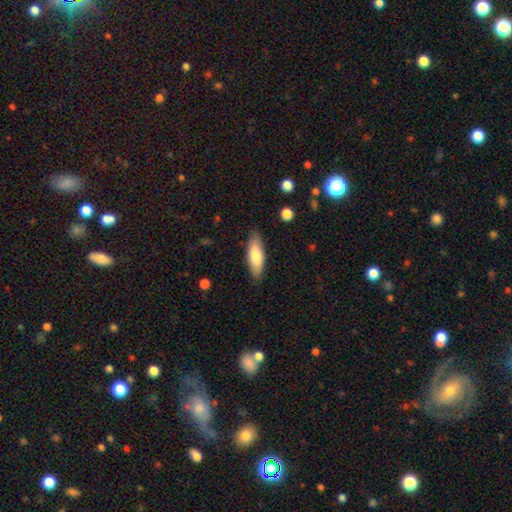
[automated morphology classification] The model was most divided on "how rounded": in between: 56%, cigar-shaped: 42%, round: 2%. More confident: merging — none (85%); smooth or featured — smooth (75%).